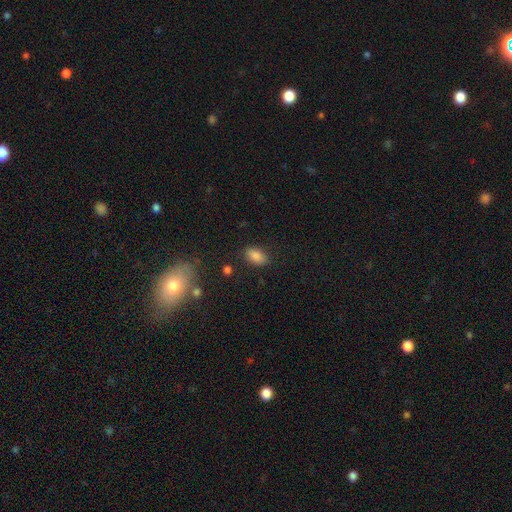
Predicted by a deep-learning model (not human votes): smooth 85%, star or artifact 10%, featured or disk 6%. Down the decision tree: how rounded — in between (91%); merging — none (83%).